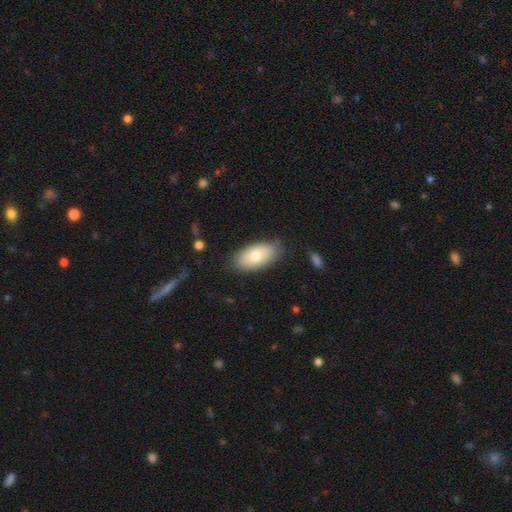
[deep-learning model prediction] Overall: smooth (76%). How rounded: in between (94%). Merging: none (81%).